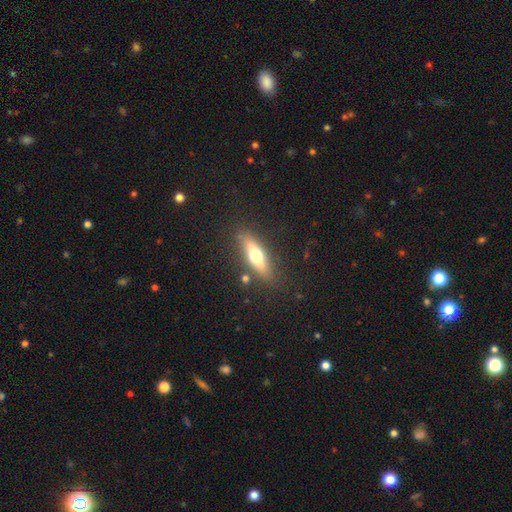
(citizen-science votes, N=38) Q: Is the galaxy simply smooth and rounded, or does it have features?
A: featured or disk — 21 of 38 (55%).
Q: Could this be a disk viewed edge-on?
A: yes — 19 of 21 (90%).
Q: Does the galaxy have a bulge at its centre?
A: rounded — 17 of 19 (89%).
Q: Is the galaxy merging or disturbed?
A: none — 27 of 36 (75%).